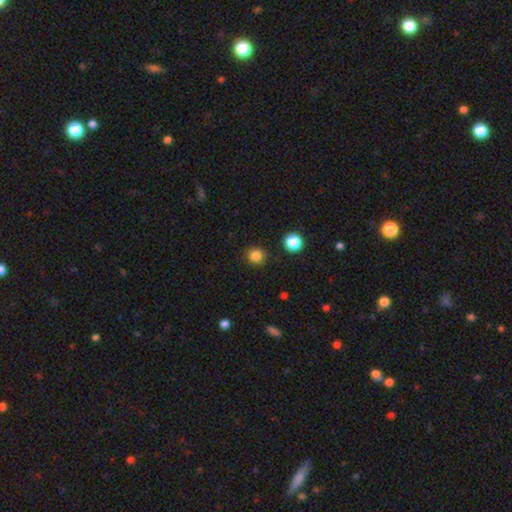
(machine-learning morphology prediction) A smooth galaxy with no disk features (83%) that is round (93%). Merging: none (90%).